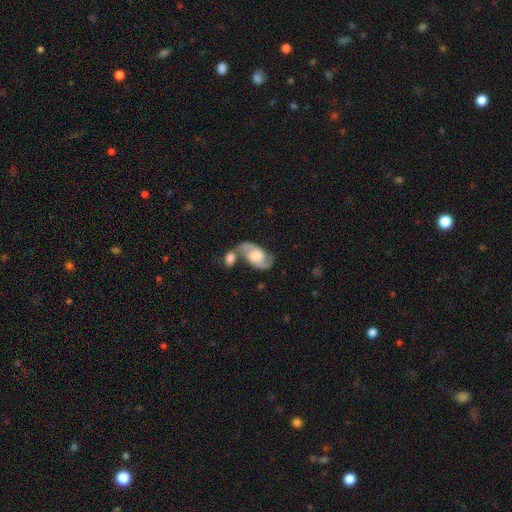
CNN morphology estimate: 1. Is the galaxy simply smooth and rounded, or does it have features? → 78% featured or disk, 17% smooth, 6% star or artifact.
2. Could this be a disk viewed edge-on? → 97% no, 3% yes.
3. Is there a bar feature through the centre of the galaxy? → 53% no, 37% weak, 10% strong.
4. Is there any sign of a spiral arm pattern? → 94% yes, 6% no.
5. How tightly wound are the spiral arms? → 49% medium, 37% loose, 15% tight.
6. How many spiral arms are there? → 91% 2, 3% can't tell, 2% 1, 1% 3, 1% 4, 1% more than 4.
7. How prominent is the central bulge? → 43% moderate, 25% large, 20% small, 9% none, 3% dominant.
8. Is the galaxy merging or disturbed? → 46% merger, 34% none, 13% minor disturbance, 7% major disturbance.